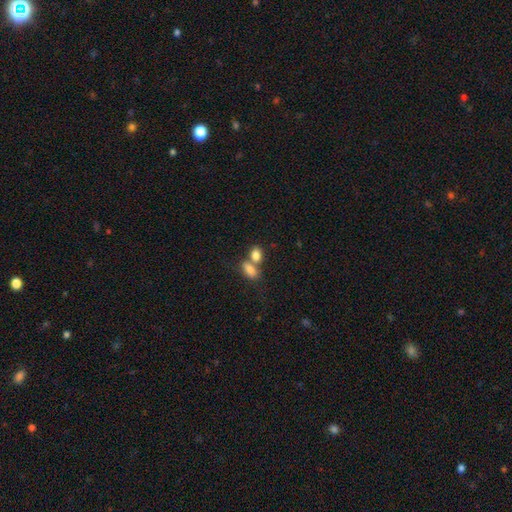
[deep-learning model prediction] A smooth galaxy with no disk features (82%) that is in between round and cigar-shaped (78%).

Vote fractions:
- Smooth or featured? smooth: 82% / featured or disk: 9% / star or artifact: 9%
- How rounded? in between: 78% / round: 19% / cigar-shaped: 2%
- Merging? merger: 57% / none: 32% / minor disturbance: 8% / major disturbance: 4%